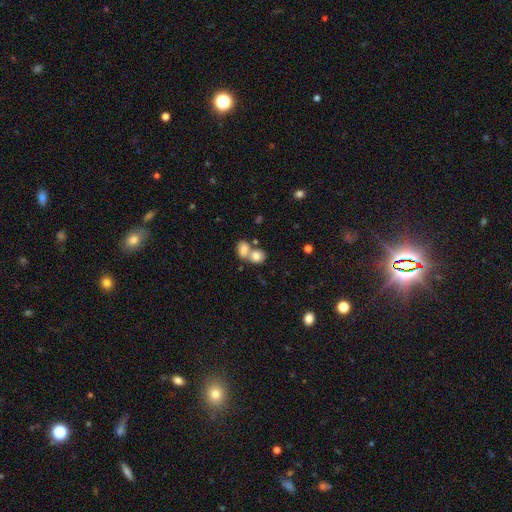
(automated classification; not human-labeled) A smooth galaxy with no disk features (80%) that is round (51%). Merging: merger (62%).